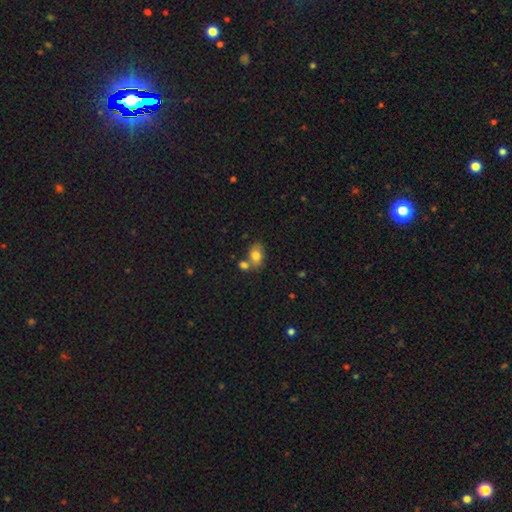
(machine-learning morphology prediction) smooth 78%, featured or disk 14%, star or artifact 9%. Down the decision tree: how rounded — in between (80%); merging — none (54%).